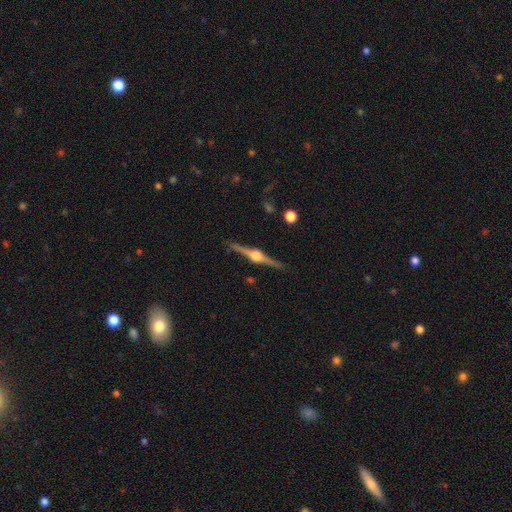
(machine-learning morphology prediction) This appears to be a featured or disk galaxy (88%) viewed edge-on (99%) with a rounded central bulge (94%). Merging: none (91%).